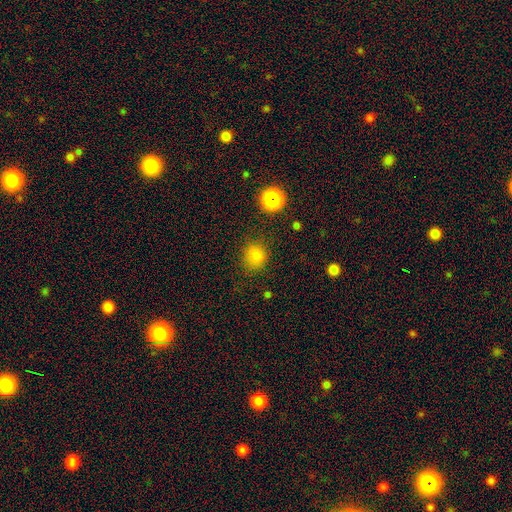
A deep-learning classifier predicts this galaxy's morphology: A smooth galaxy with no disk features (80%) that is round (85%). Merging: none (84%).